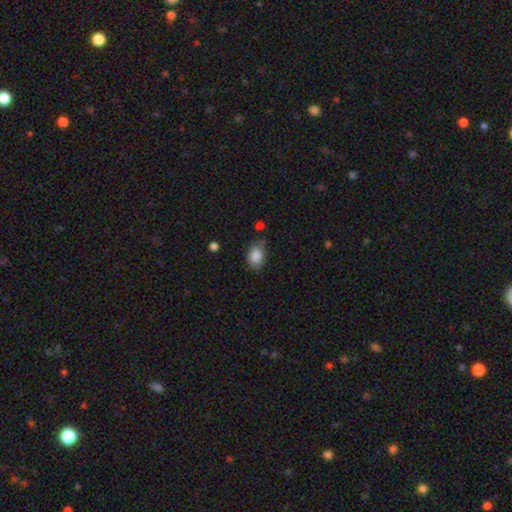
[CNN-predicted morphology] The model was most divided on "merging": none: 68%, minor disturbance: 23%, major disturbance: 5%, merger: 4%. More confident: smooth or featured — smooth (87%); how rounded — in between (76%).